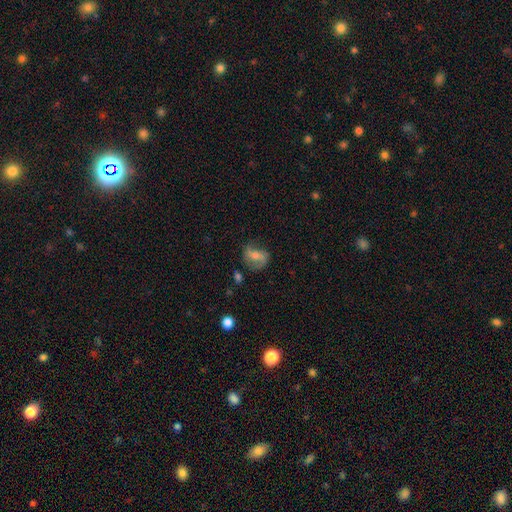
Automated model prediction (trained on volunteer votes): Morphology: type=featured or disk (55%); edge-on=no (96%); bar=weak (38%, tied with no); spiral arms=yes (80%); bulge=moderate (45%); merging=none (59%).